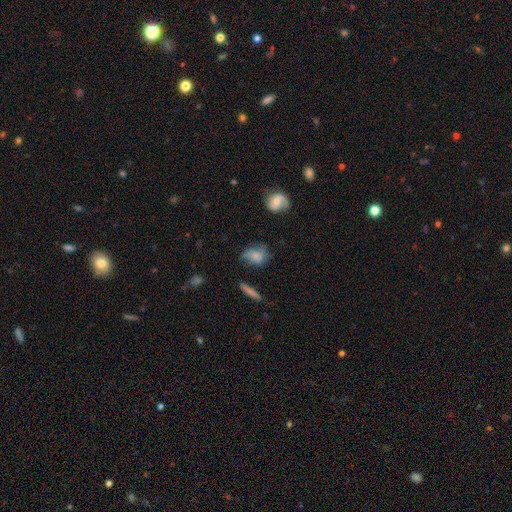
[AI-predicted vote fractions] Morphology: type=smooth (69%); roundness=in between (62%); merging=none (50%).